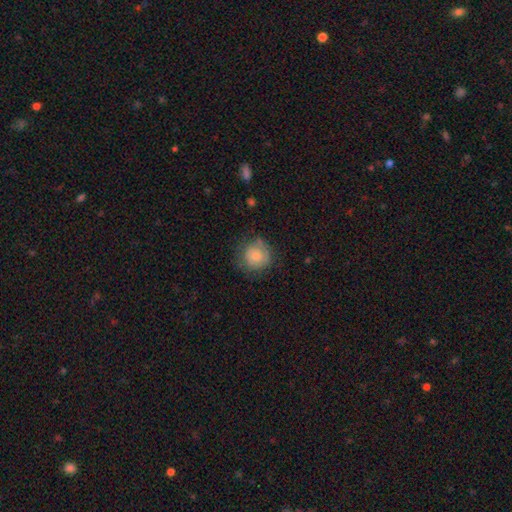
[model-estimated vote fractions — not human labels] Morphology: type=smooth (79%); roundness=round (91%); merging=none (71%).